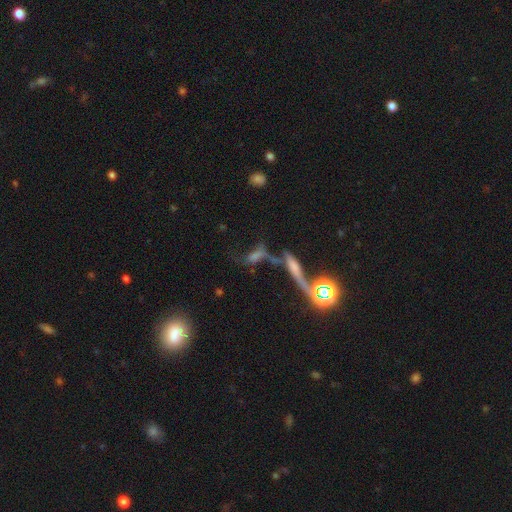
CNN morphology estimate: The model was most divided on "merging": merger: 38%, none: 33%, major disturbance: 17%, minor disturbance: 12%. Remaining: smooth or featured — featured or disk (40%).